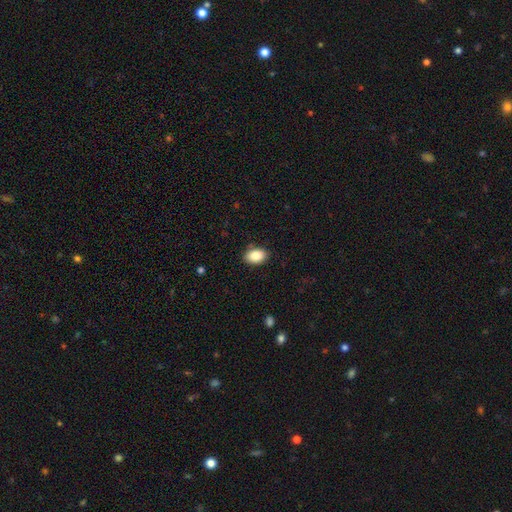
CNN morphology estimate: This appears to be a smooth galaxy with no disk features (87%) that is in between round and cigar-shaped (88%). Merging: none (86%).